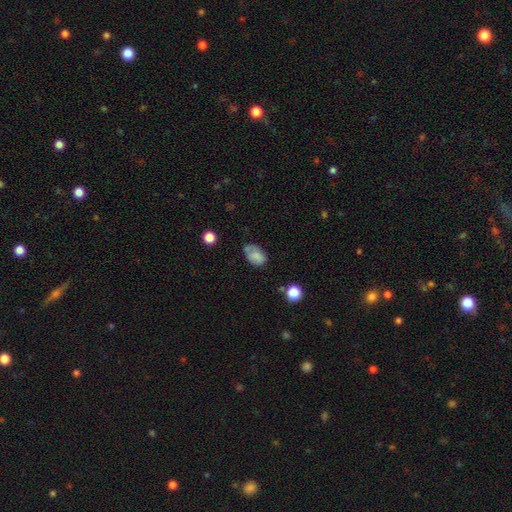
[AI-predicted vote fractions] A smooth galaxy with no disk features (75%) that is in between round and cigar-shaped (85%). Merging: none (49%).